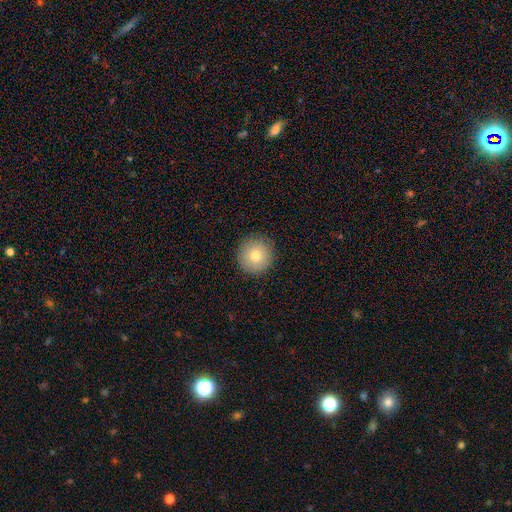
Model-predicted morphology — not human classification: Smooth or featured? Predicted: smooth (p=0.78). How rounded? Predicted: round (p=0.94). Merging? Predicted: none (p=0.90).